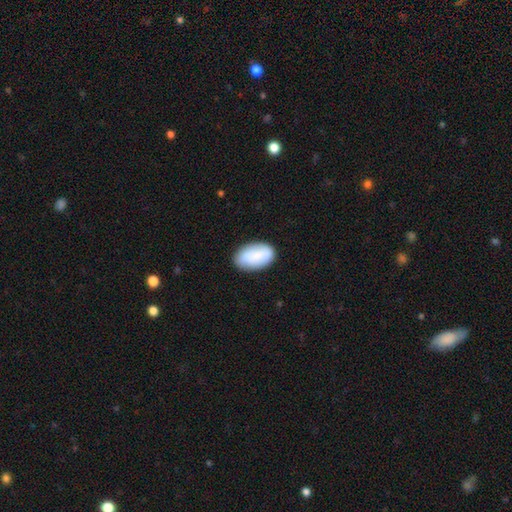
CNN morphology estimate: Smooth or featured?
  - smooth: 81% *
  - featured or disk: 12%
  - star or artifact: 6%
How rounded?
  - in between: 93% *
  - round: 6%
  - cigar-shaped: 1%
Merging?
  - none: 82% *
  - minor disturbance: 13%
  - major disturbance: 3%
  - merger: 2%